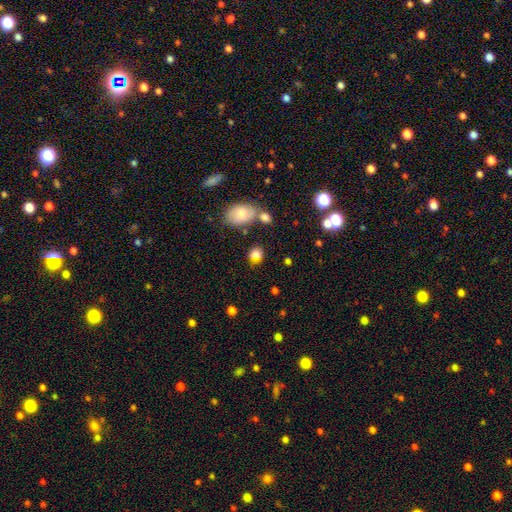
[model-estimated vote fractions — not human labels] The model was most divided on "how rounded": round: 58%, in between: 40%, cigar-shaped: 2%. More confident: smooth or featured — smooth (82%); merging — none (70%).